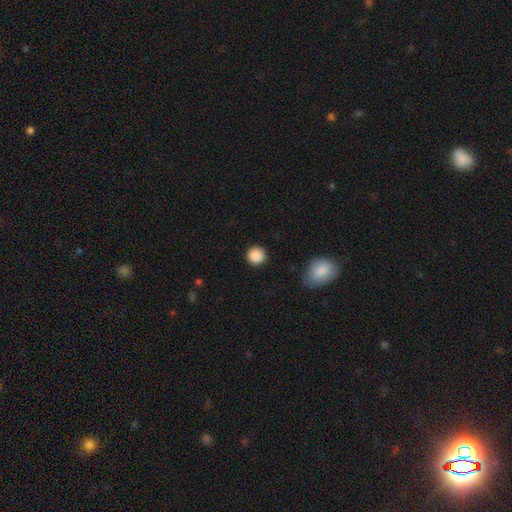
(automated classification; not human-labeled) A smooth galaxy with no disk features (89%) that is round (93%). Merging: none (90%).